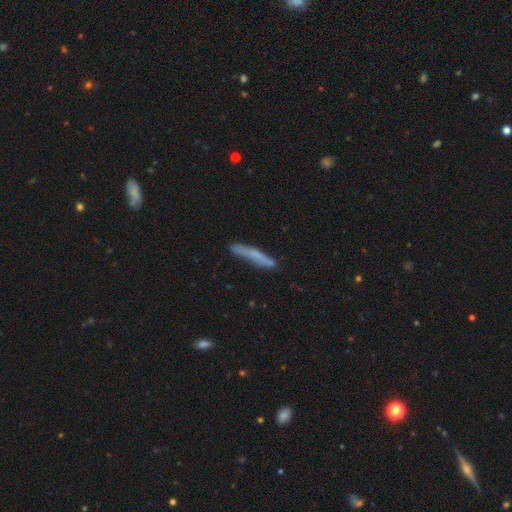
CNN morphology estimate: Smooth or featured?
  - smooth: 63% *
  - featured or disk: 30%
  - star or artifact: 8%
How rounded?
  - cigar-shaped: 95% *
  - in between: 4%
  - round: 1%
Merging?
  - none: 76% *
  - minor disturbance: 17%
  - major disturbance: 4%
  - merger: 3%